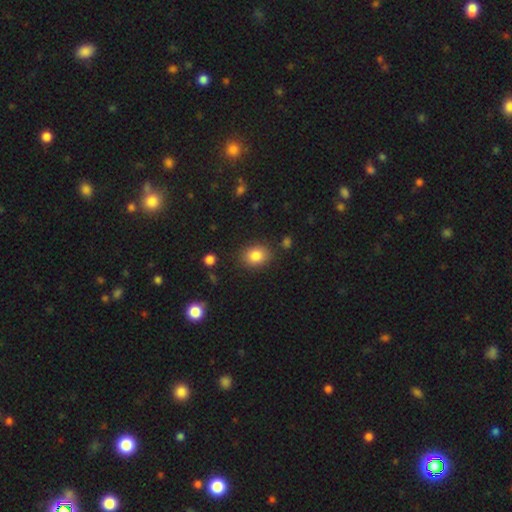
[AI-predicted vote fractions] Smooth or featured: smooth — 84% (star or artifact — 9%)
How rounded: in between — 55% (round — 44%)
Merging: none — 83% (minor disturbance — 12%)